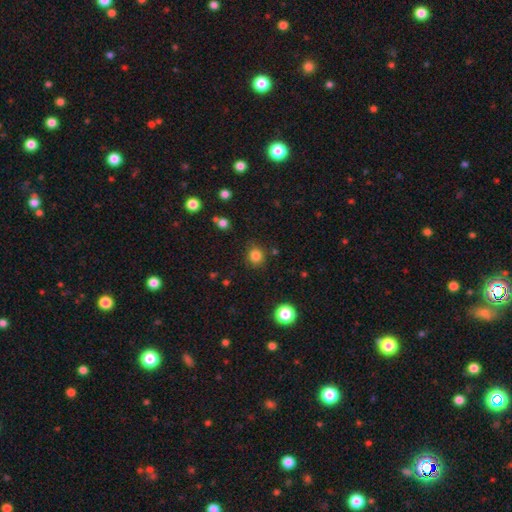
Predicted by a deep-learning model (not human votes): Smooth or featured? smooth (83%)
How rounded? round (80%)
Merging? none (84%)